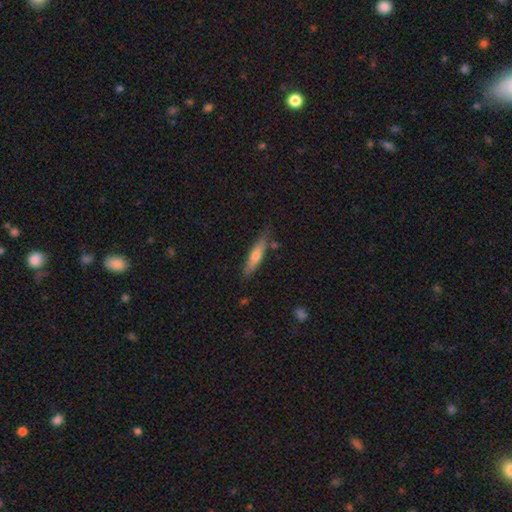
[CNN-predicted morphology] Smooth or featured? smooth (58%)
How rounded? cigar-shaped (84%)
Merging? none (77%)